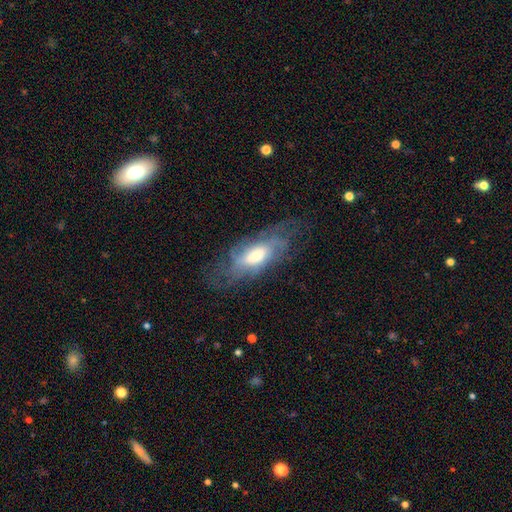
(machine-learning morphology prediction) Q: Smooth or featured?
A: featured or disk (62%); runner-up: smooth (31%)
Q: Edge-on disk?
A: no (82%); runner-up: yes (18%)
Q: Bar?
A: no (59%); runner-up: weak (32%)
Q: Spiral arms?
A: yes (76%); runner-up: no (24%)
Q: Bulge size?
A: moderate (50%); runner-up: large (31%)
Q: Merging?
A: none (57%); runner-up: minor disturbance (23%)